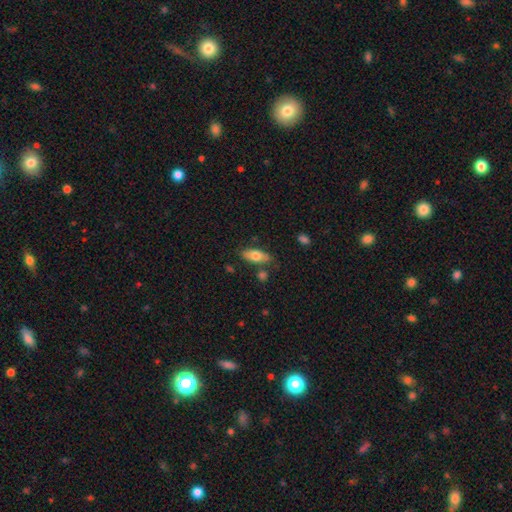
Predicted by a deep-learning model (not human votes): The model was most divided on "smooth or featured": smooth: 72%, featured or disk: 21%, star or artifact: 6%. More confident: how rounded — in between (79%); merging — none (75%).